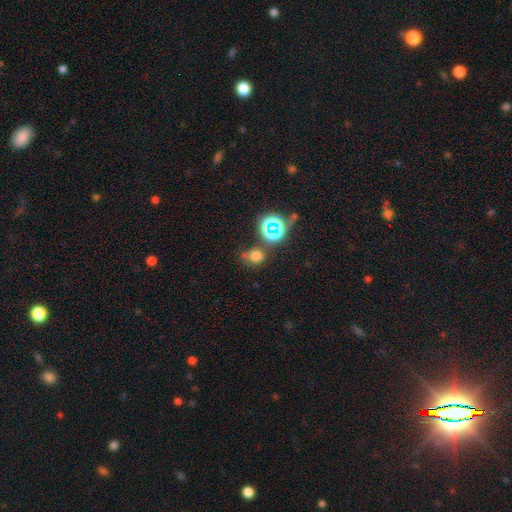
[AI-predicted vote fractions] Overall: smooth (66%; star or artifact 26%). How rounded: round (79%). Merging: none (65%).